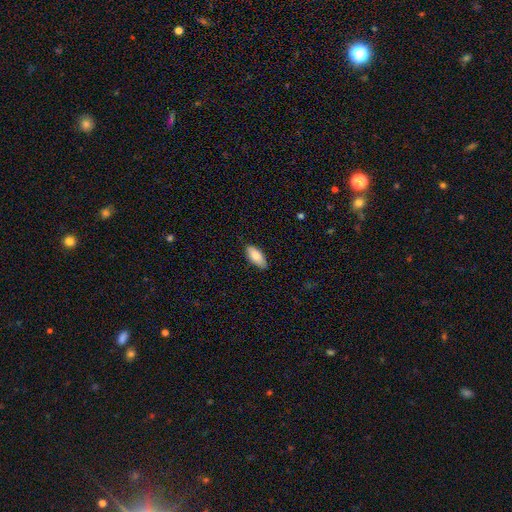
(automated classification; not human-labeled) Smooth or featured?
  - smooth: 83% *
  - featured or disk: 11%
  - star or artifact: 6%
How rounded?
  - in between: 87% *
  - cigar-shaped: 11%
  - round: 2%
Merging?
  - none: 84% *
  - minor disturbance: 13%
  - major disturbance: 2%
  - merger: 1%